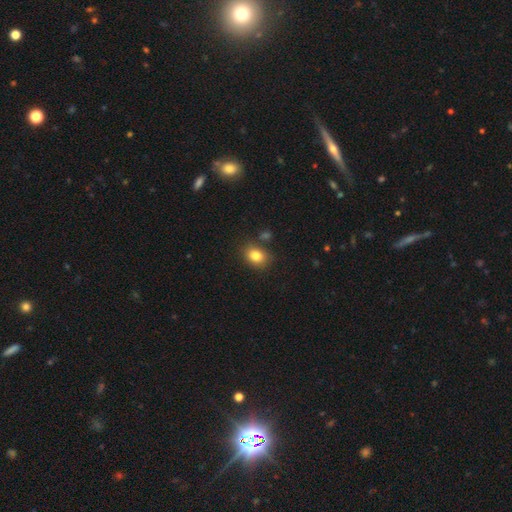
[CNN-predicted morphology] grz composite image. It shows a smooth galaxy with no disk features (82%) that is in between round and cigar-shaped (53%). Merging: none (77%).